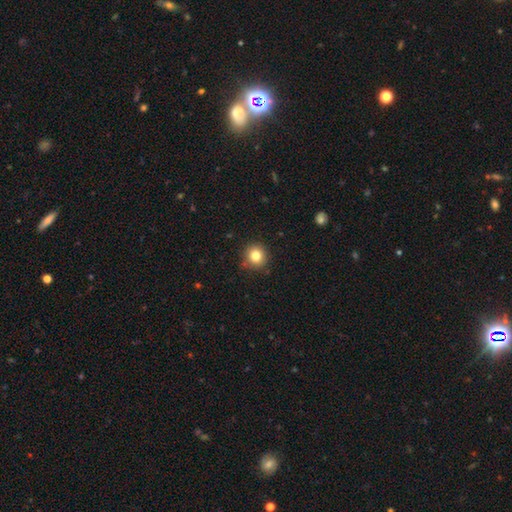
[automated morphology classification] Smooth or featured? Predicted: smooth (p=0.82). How rounded? Predicted: round (p=0.91). Merging? Predicted: none (p=0.88).